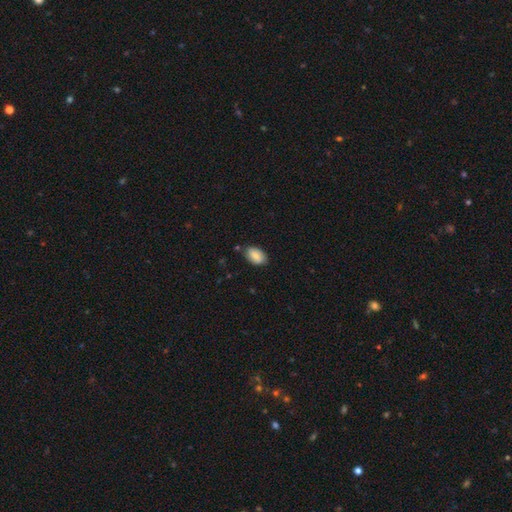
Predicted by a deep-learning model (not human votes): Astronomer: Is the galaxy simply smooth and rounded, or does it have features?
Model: smooth — 82%.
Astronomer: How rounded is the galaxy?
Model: in between — 92%.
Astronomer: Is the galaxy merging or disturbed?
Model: none — 78%.